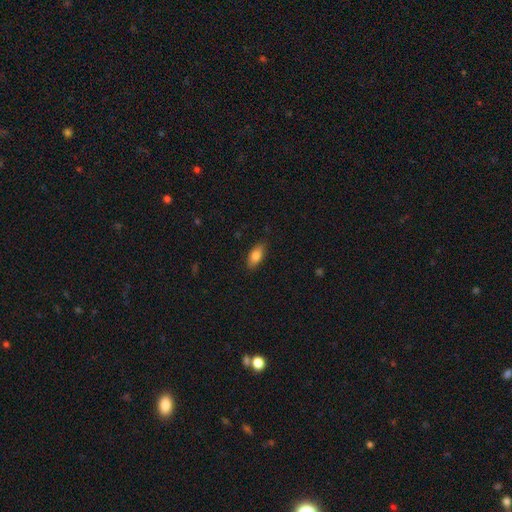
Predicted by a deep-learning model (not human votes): Smooth or featured: smooth — 81% (featured or disk — 12%)
How rounded: in between — 87% (cigar-shaped — 9%)
Merging: none — 86% (minor disturbance — 11%)